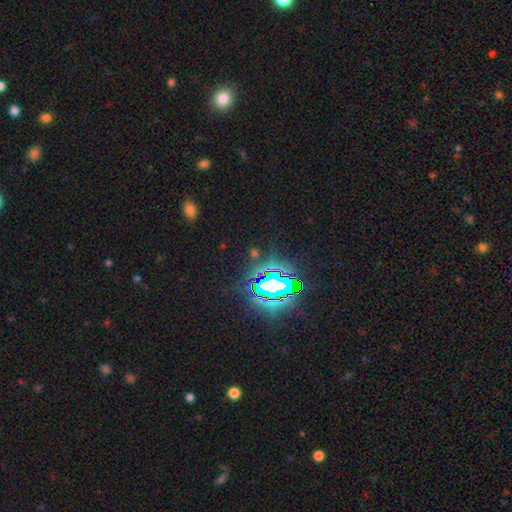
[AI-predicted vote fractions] Smooth or featured? Predicted: star or artifact (p=0.77).